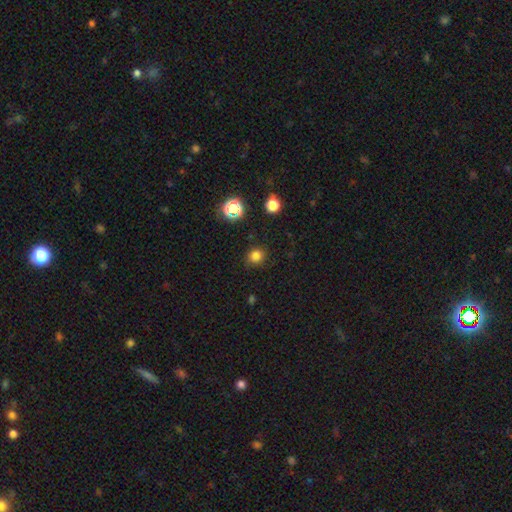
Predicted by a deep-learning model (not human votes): smooth_or_featured: smooth (p=0.80) [alt: star or artifact p=0.15]
how_rounded: round (p=0.84) [alt: in between p=0.15]
merging: none (p=0.87) [alt: minor disturbance p=0.09]